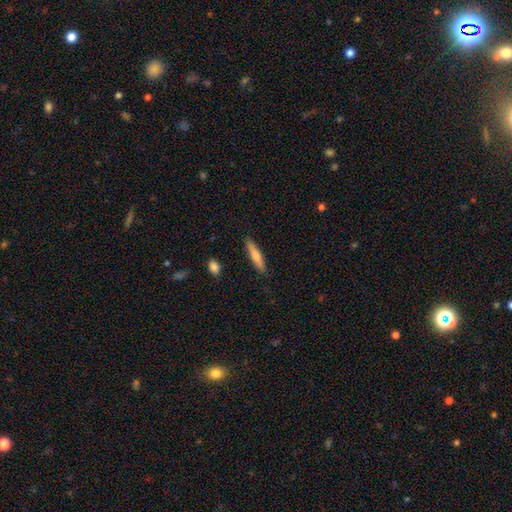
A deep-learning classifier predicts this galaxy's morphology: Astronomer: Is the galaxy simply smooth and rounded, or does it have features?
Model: smooth — 59% (runner-up: featured or disk, 35%).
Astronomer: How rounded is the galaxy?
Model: cigar-shaped — 88%.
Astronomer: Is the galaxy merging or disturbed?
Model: none — 89%.